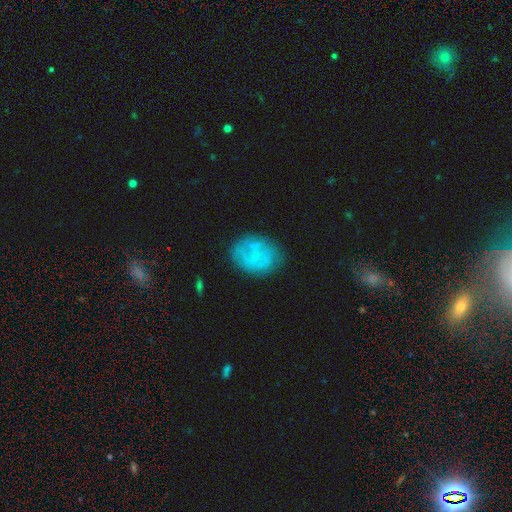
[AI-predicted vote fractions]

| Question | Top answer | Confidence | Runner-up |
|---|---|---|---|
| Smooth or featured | smooth | 46% | featured or disk (43%) |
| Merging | none | 69% | minor disturbance (19%) |